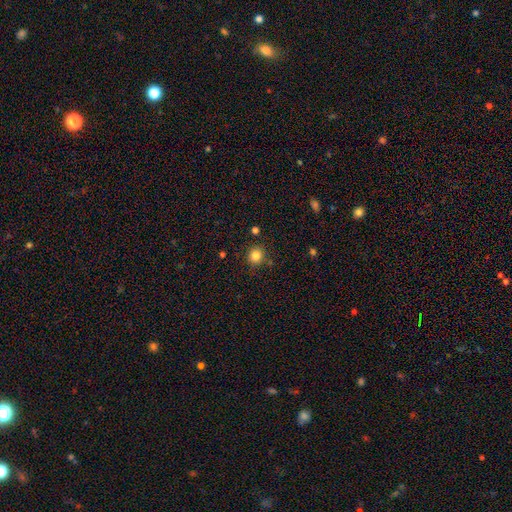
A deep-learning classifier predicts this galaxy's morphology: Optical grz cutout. It shows a smooth galaxy with no disk features (83%) that is round (86%). Merging: none (86%).